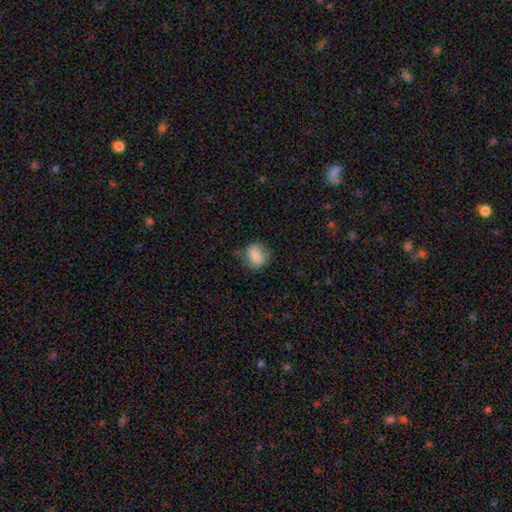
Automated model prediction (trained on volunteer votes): A smooth galaxy with no disk features (79%) that is round (57%). Merging: none (70%).